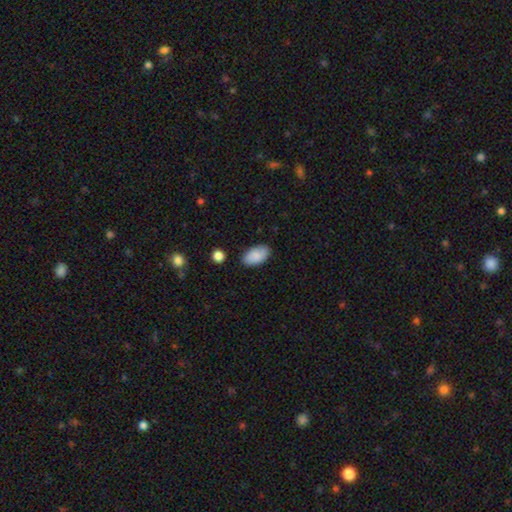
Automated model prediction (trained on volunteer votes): smooth 88%, star or artifact 7%, featured or disk 5%. Down the decision tree: how rounded — in between (95%); merging — none (85%).